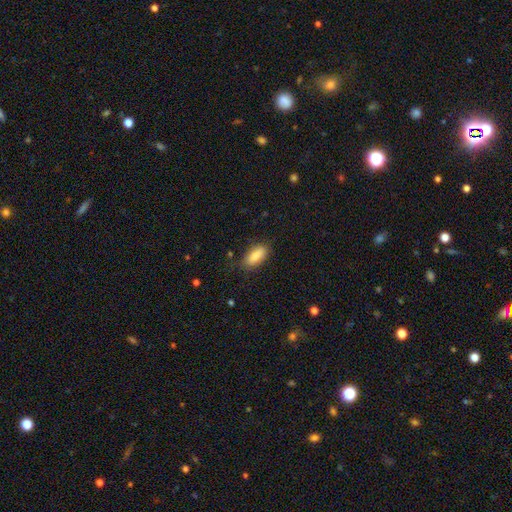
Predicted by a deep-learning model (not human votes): Smooth or featured? smooth (85%)
How rounded? in between (86%)
Merging? none (80%)